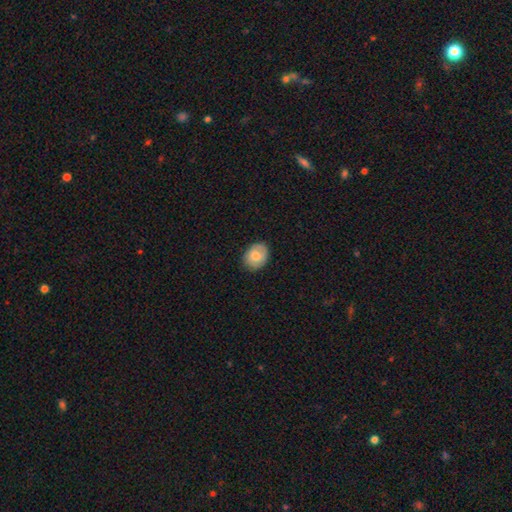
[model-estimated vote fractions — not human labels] This appears to be a smooth galaxy with no disk features (72%) that is in between round and cigar-shaped (53%). Merging: none (83%).